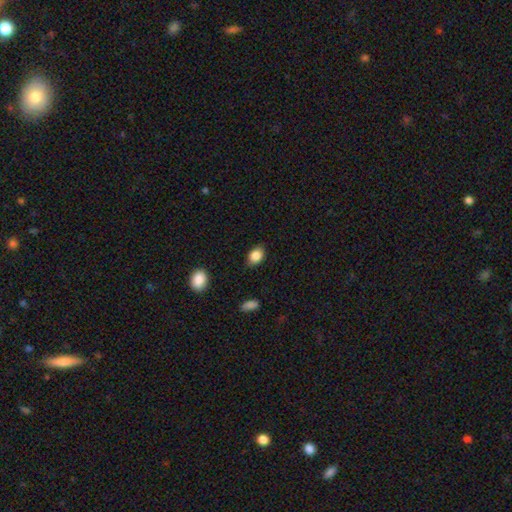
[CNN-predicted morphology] Smooth or featured: smooth — 86% (star or artifact — 9%)
How rounded: in between — 72% (round — 27%)
Merging: none — 83% (minor disturbance — 13%)